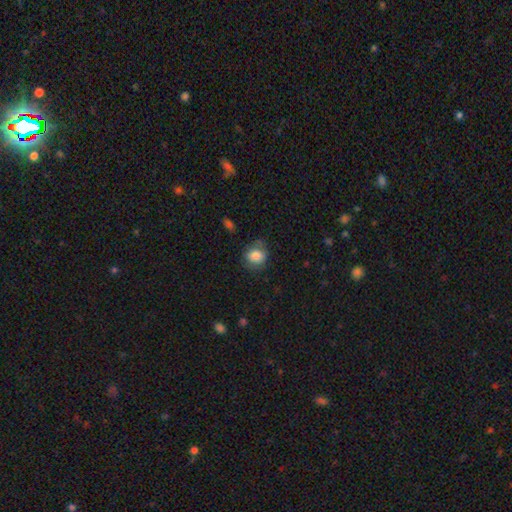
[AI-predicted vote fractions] This appears to be a smooth galaxy with no disk features (81%) that is round (71%). Merging: none (69%).